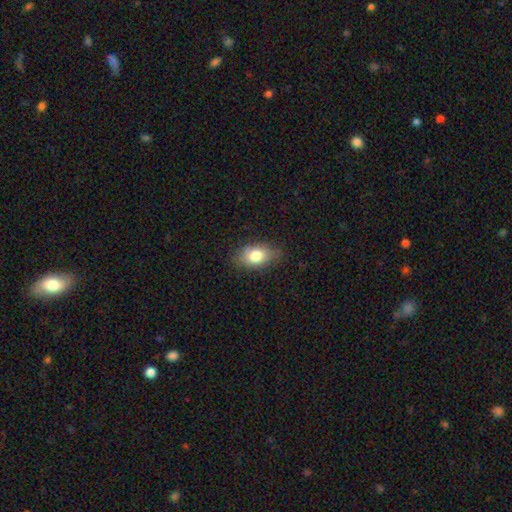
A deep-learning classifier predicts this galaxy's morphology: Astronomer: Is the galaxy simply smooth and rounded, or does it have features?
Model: smooth — 78%.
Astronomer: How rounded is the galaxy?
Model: in between — 85%.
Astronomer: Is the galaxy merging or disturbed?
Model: none — 77%.